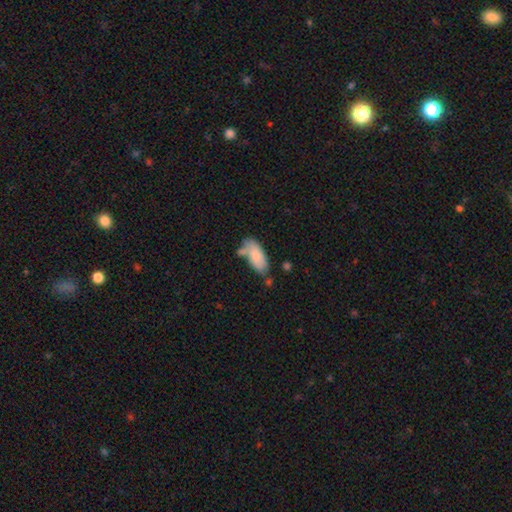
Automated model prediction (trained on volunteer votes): The model was most divided on "merging": none: 51%, minor disturbance: 24%, merger: 18%, major disturbance: 7%. More confident: how rounded — in between (90%); smooth or featured — smooth (81%).